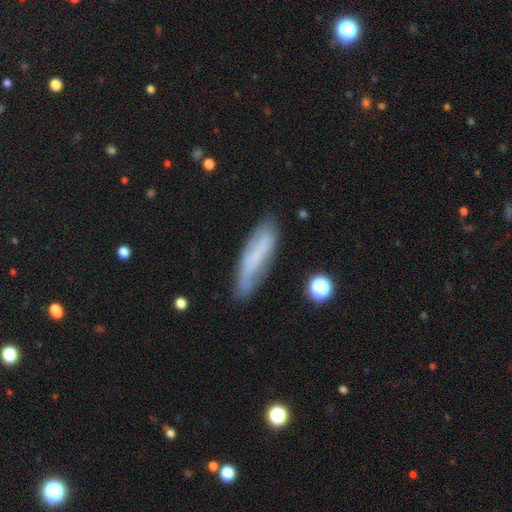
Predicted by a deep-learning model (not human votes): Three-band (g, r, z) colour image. It shows a smooth galaxy with no disk features (52%) that is cigar-shaped (70%). Merging: none (71%).